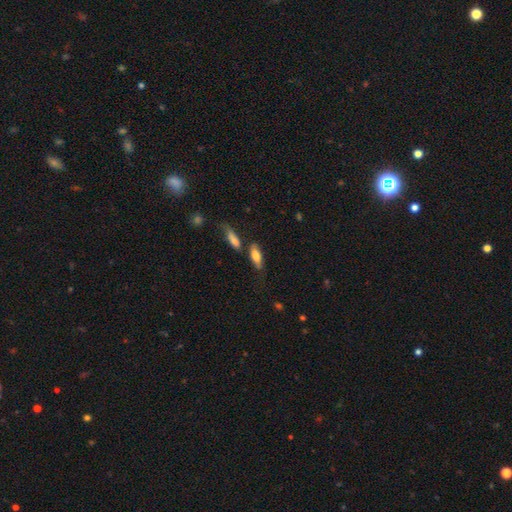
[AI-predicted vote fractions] smooth 72%, featured or disk 21%, star or artifact 7%. Down the decision tree: how rounded — in between (71%); merging — none (60%).